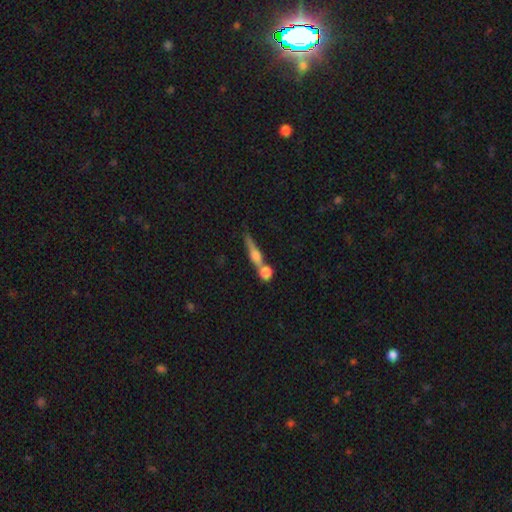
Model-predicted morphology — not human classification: Smooth or featured?
  - smooth: 49% *
  - featured or disk: 41%
  - star or artifact: 10%
Merging?
  - none: 42% *
  - merger: 41%
  - minor disturbance: 11%
  - major disturbance: 6%